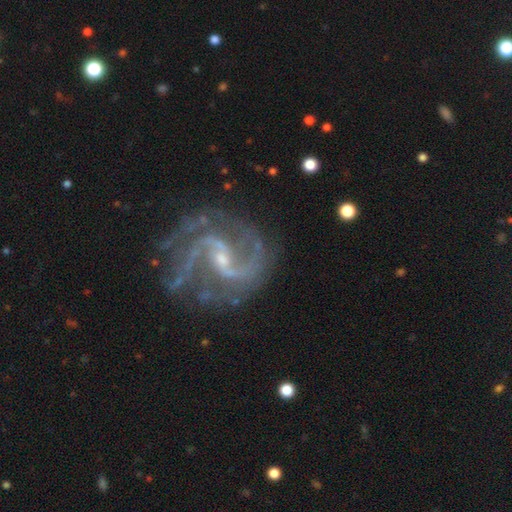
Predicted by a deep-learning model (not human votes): Smooth or featured? Predicted: featured or disk (p=0.91). Edge-on disk? Predicted: no (p=0.98). Bar? Predicted: weak (p=0.49). Spiral arms? Predicted: yes (p=0.98). Spiral winding? Predicted: medium (p=0.54). Spiral arm count? Predicted: 2 (p=0.71). Bulge size? Predicted: small (p=0.74). Merging? Predicted: none (p=0.71).